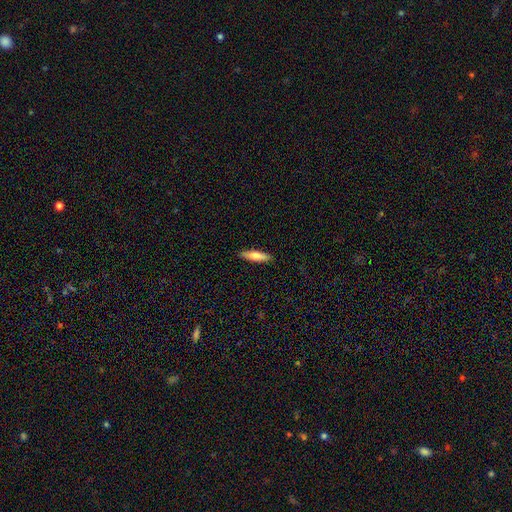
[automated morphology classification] This appears to be a smooth galaxy with no disk features (75%) that is cigar-shaped (76%). Merging: none (90%).